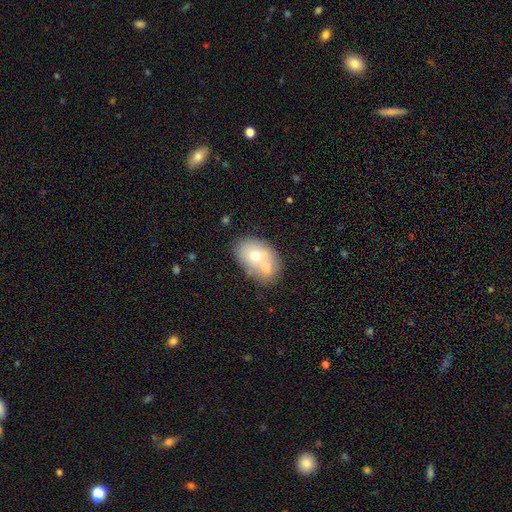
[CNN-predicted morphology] smooth 62%, featured or disk 29%, star or artifact 8%. Down the decision tree: how rounded — in between (73%); merging — merger (48%).